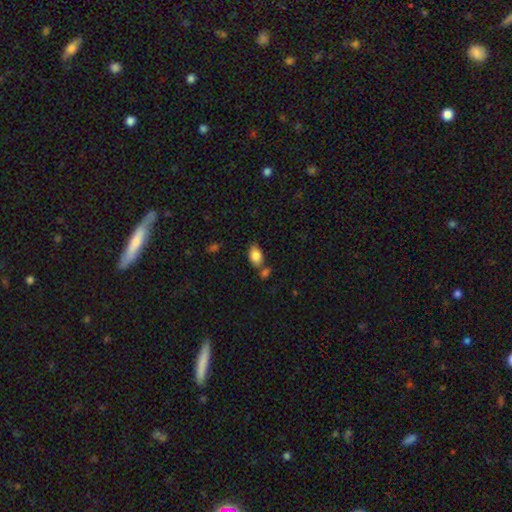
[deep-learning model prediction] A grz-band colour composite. It shows a smooth galaxy with no disk features (85%) that is in between round and cigar-shaped (89%). Merging: none (64%).